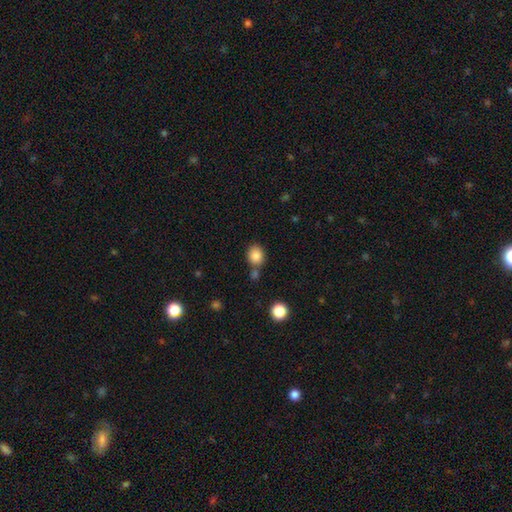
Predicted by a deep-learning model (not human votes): Smooth or featured? Predicted: smooth (p=0.84). How rounded? Predicted: round (p=0.64). Merging? Predicted: none (p=0.70).